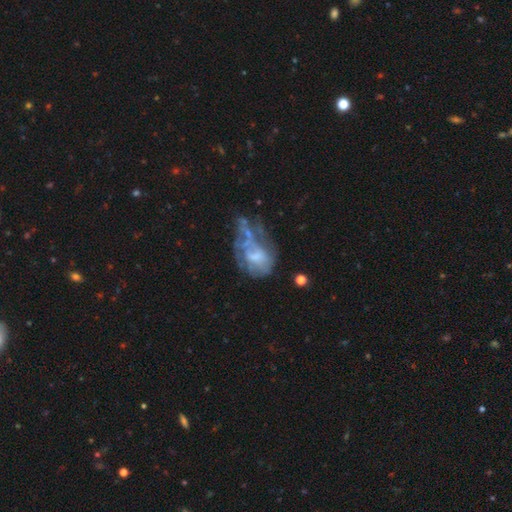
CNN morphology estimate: A featured or disk galaxy (56%) with no bar (74%), no spiral arms (75%) and no central bulge (36%). Merging: major disturbance (40%).